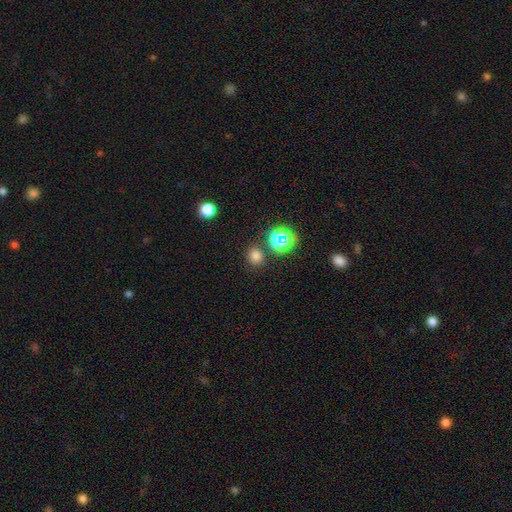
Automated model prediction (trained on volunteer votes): Smooth or featured: smooth — 72% (star or artifact — 23%)
How rounded: round — 80% (in between — 19%)
Merging: none — 84% (minor disturbance — 8%)